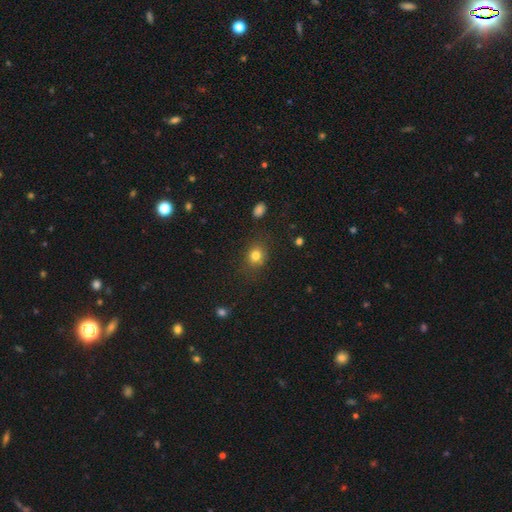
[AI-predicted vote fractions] The model was most divided on "how rounded": round: 69%, in between: 30%, cigar-shaped: 1%. More confident: merging — none (81%); smooth or featured — smooth (79%).